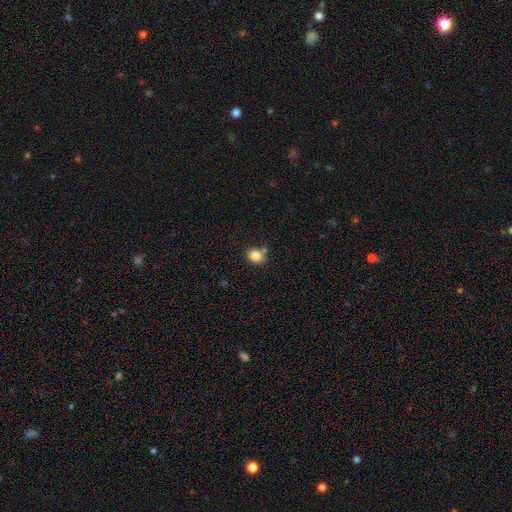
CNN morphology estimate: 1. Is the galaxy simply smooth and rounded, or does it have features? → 84% smooth, 10% star or artifact, 6% featured or disk.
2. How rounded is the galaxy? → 55% round, 44% in between, 1% cigar-shaped.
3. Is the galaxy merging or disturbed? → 73% none, 13% minor disturbance, 11% merger, 3% major disturbance.